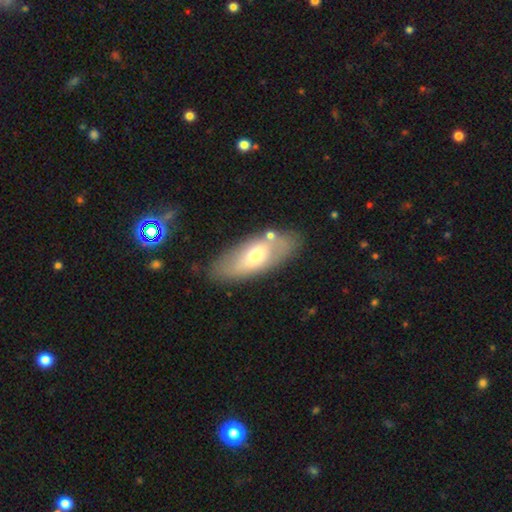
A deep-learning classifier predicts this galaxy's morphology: smooth_or_featured: smooth (p=0.53) [alt: featured or disk p=0.40]
how_rounded: in between (p=0.79) [alt: cigar-shaped p=0.18]
merging: none (p=0.76) [alt: minor disturbance p=0.14]